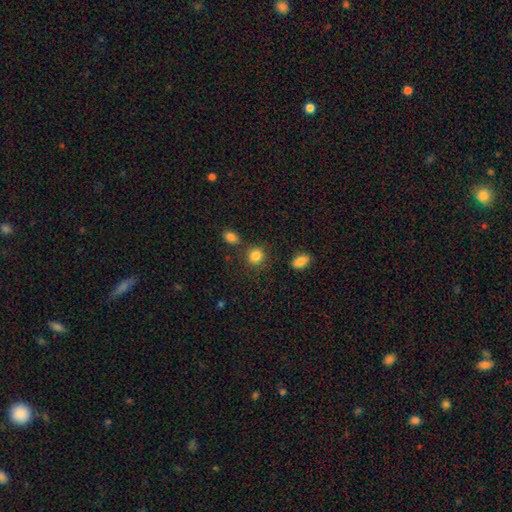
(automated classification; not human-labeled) Smooth or featured?
  - smooth: 85% *
  - star or artifact: 10%
  - featured or disk: 5%
How rounded?
  - round: 84% *
  - in between: 15%
  - cigar-shaped: 1%
Merging?
  - none: 78% *
  - minor disturbance: 10%
  - merger: 8%
  - major disturbance: 4%